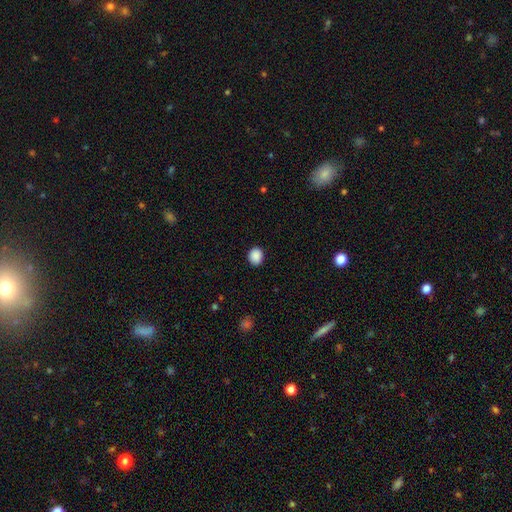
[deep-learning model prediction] Smooth or featured? smooth (89%)
How rounded? round (65%)
Merging? none (89%)